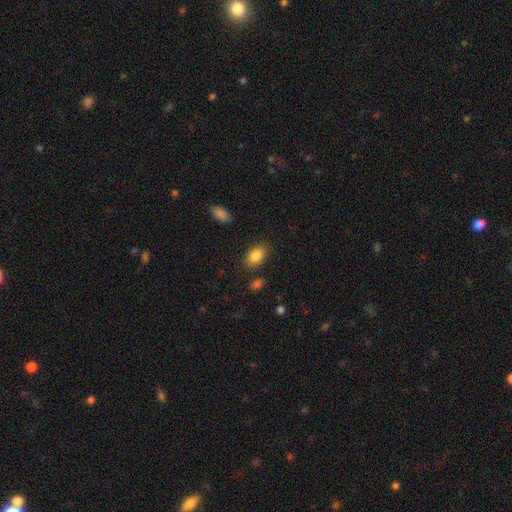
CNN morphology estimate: This is clearly a smooth galaxy (85%). How rounded: clearly in between (87%). Merging: clearly none (82%).